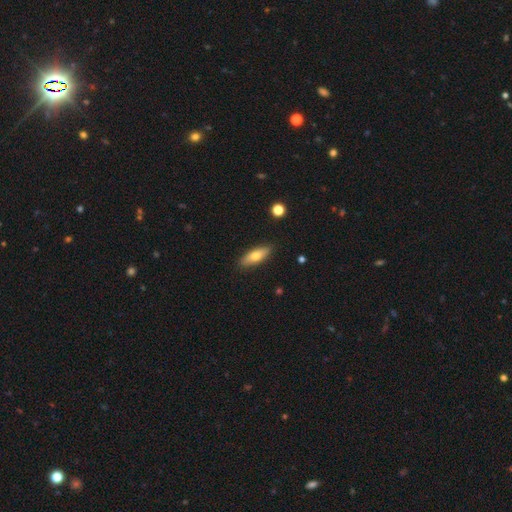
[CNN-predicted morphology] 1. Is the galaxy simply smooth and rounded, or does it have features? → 70% smooth, 24% featured or disk, 6% star or artifact.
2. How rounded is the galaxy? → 61% in between, 37% cigar-shaped, 3% round.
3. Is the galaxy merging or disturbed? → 87% none, 10% minor disturbance, 2% major disturbance, 1% merger.